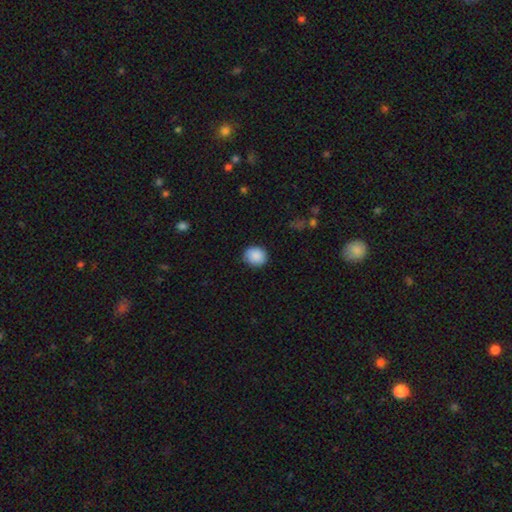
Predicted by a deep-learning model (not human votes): This is clearly a smooth galaxy (89%). How rounded: likely round (75%). Merging: clearly none (85%).